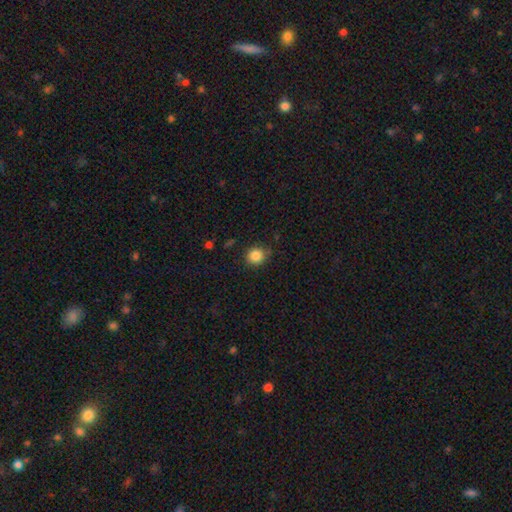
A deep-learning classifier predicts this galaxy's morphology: smooth 85%, star or artifact 10%, featured or disk 4%. Down the decision tree: how rounded — round (85%); merging — none (80%).